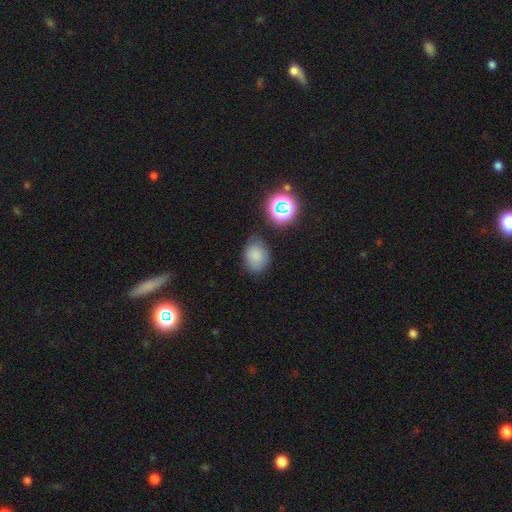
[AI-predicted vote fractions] This is likely a smooth galaxy (78%). How rounded: possibly in between (58%). Merging: likely none (71%).